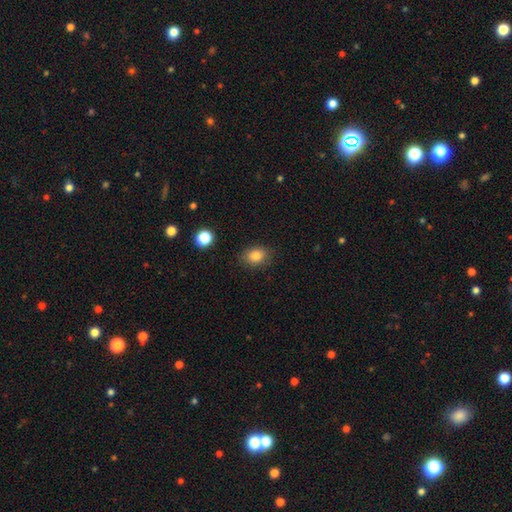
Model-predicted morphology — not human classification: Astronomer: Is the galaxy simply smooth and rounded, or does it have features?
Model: smooth — 84%.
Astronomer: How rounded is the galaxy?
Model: in between — 64%.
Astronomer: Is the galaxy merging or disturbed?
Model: none — 83%.